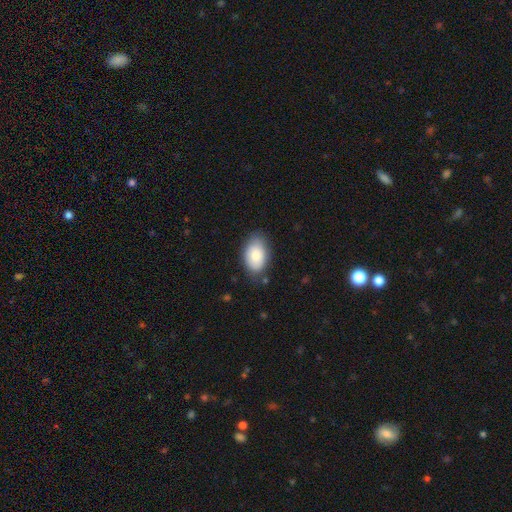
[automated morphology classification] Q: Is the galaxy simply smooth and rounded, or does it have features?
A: smooth — 82%.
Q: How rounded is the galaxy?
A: in between — 91%.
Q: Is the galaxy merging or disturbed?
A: none — 75%.